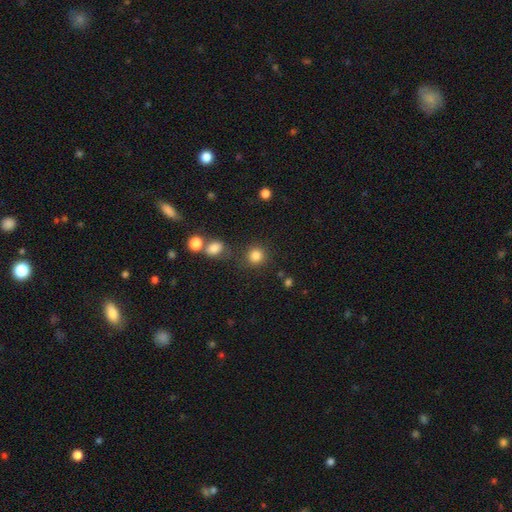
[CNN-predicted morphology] A smooth galaxy with no disk features (83%) that is round (91%). Merging: none (81%).